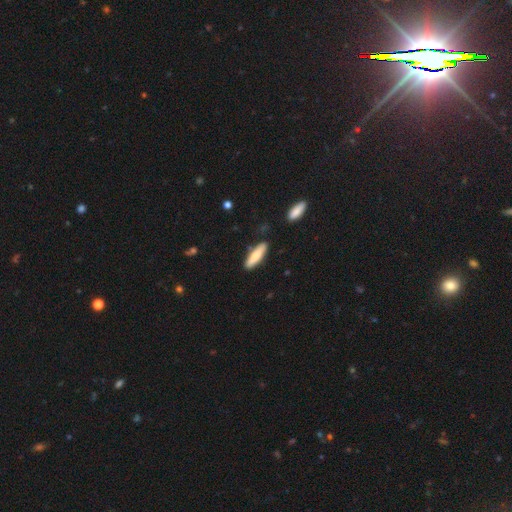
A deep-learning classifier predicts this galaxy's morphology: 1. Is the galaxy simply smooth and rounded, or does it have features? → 74% smooth, 21% featured or disk, 5% star or artifact.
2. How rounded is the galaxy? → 67% cigar-shaped, 31% in between, 2% round.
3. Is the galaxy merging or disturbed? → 85% none, 10% minor disturbance, 2% merger, 2% major disturbance.